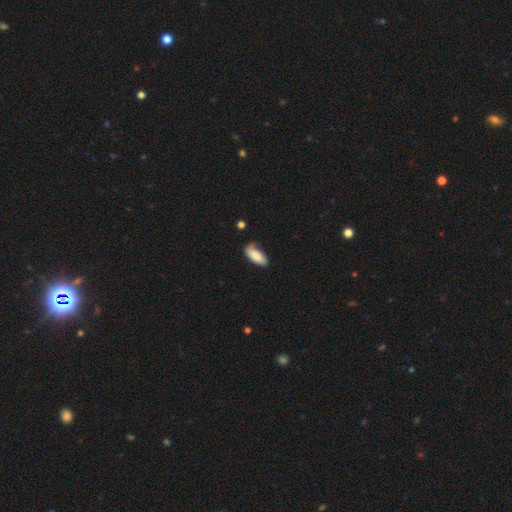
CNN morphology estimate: smooth_or_featured: smooth (p=0.85) [alt: featured or disk p=0.09]
how_rounded: in between (p=0.81) [alt: cigar-shaped p=0.17]
merging: none (p=0.67) [alt: minor disturbance p=0.26]